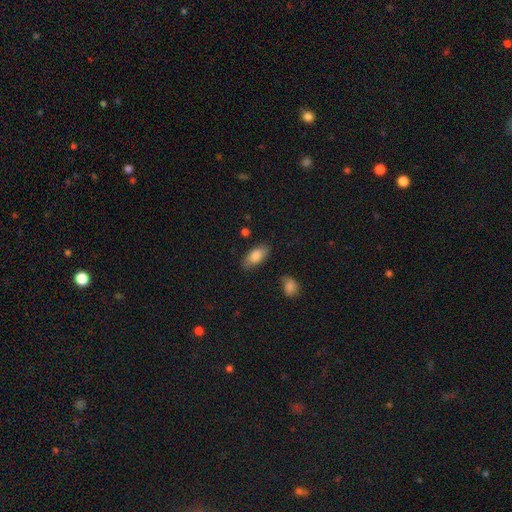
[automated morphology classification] This is clearly a smooth galaxy (83%). How rounded: clearly in between (91%). Merging: likely none (80%).